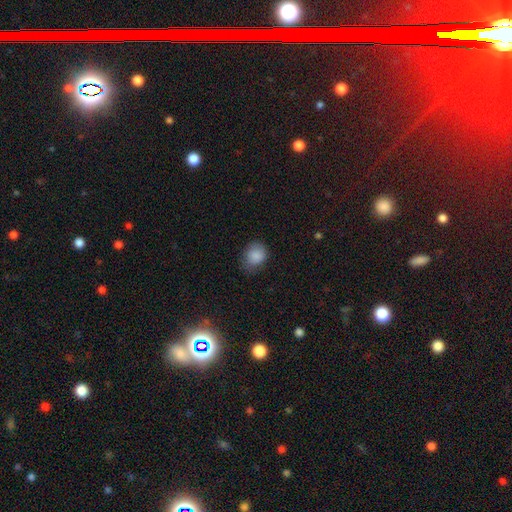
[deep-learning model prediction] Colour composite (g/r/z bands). It shows a smooth galaxy with no disk features (87%) that is round (57%). Merging: none (65%).